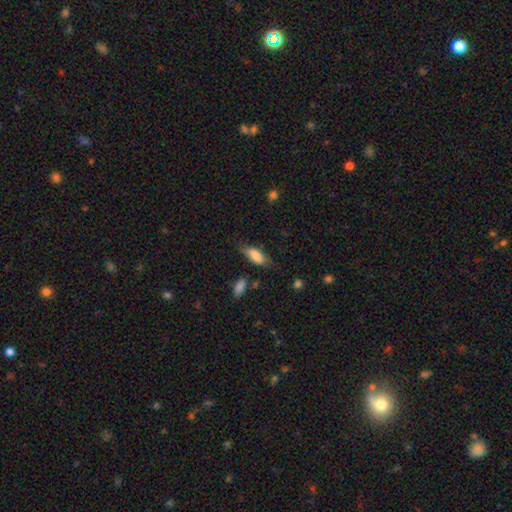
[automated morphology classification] type=smooth (77%); roundness=in between (77%); merging=none (59%).